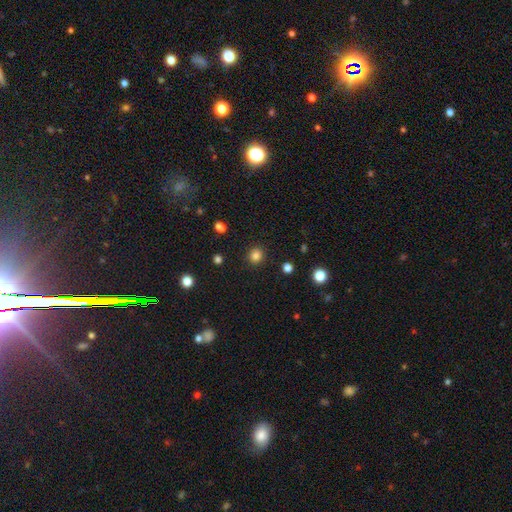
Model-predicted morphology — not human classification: smooth_or_featured: smooth (p=0.83) [alt: star or artifact p=0.13]
how_rounded: round (p=0.87) [alt: in between p=0.12]
merging: none (p=0.91) [alt: minor disturbance p=0.06]